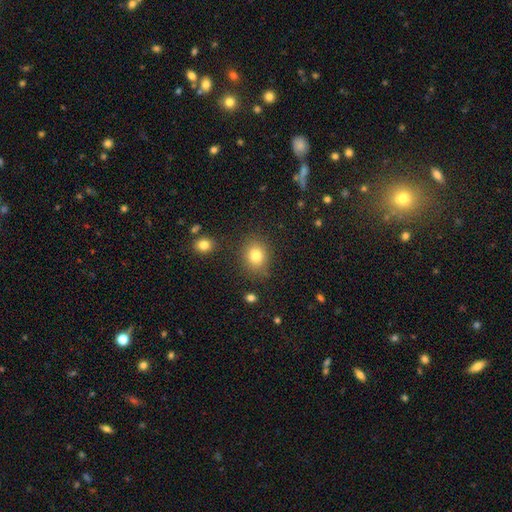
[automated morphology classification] type=smooth (81%); roundness=round (63%); merging=none (83%).